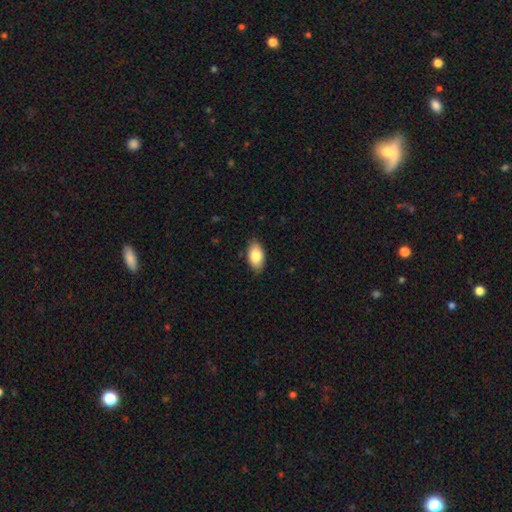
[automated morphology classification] This appears to be a smooth galaxy with no disk features (83%) that is in between round and cigar-shaped (93%). Merging: none (86%).